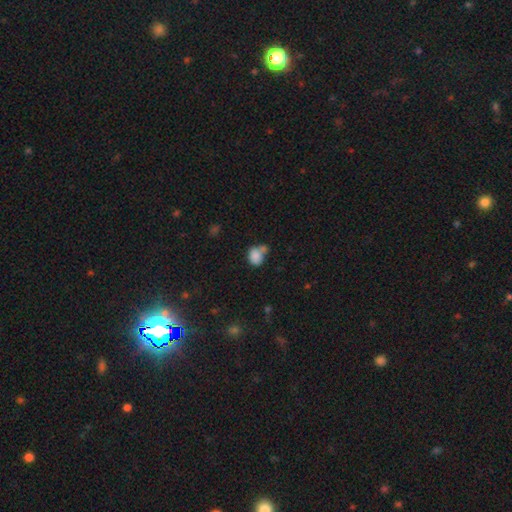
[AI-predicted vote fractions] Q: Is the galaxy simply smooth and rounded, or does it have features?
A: smooth — 82%.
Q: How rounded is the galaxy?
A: in between — 52%.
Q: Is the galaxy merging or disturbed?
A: none — 39%.